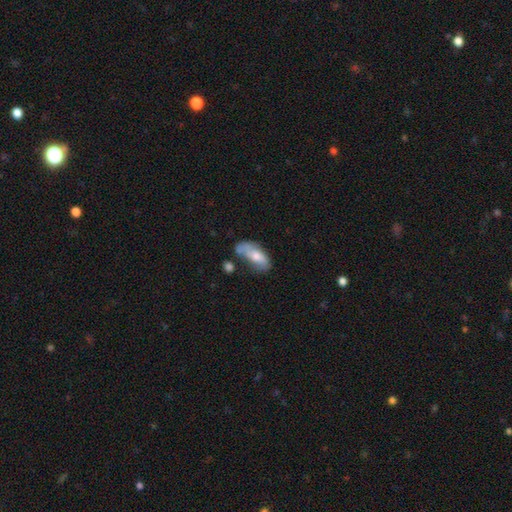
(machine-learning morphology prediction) Smooth or featured: smooth — 62% (featured or disk — 31%)
How rounded: in between — 86% (cigar-shaped — 11%)
Merging: none — 36% (minor disturbance — 30%)